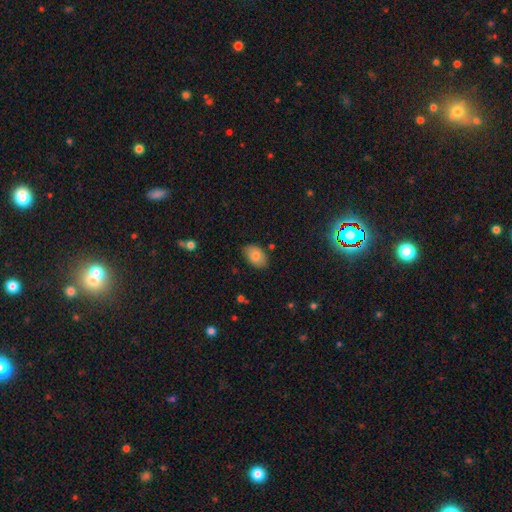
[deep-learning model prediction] smooth-or-featured: smooth: 83% | featured or disk: 10% | star or artifact: 8%
  how-rounded: in between: 89% | round: 10% | cigar-shaped: 1%
  merging: none: 83% | minor disturbance: 13% | major disturbance: 2% | merger: 2%